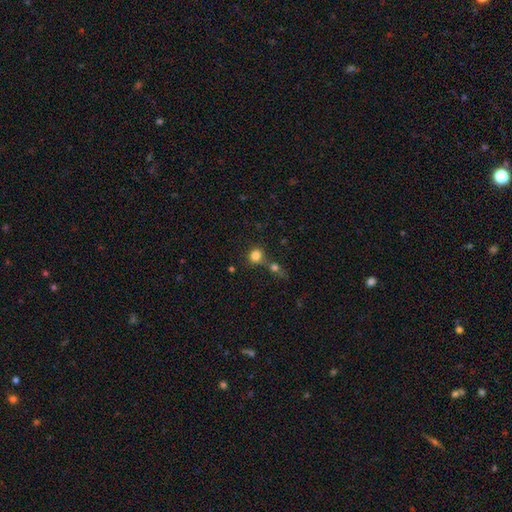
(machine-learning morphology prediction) Smooth or featured: smooth — 82% (star or artifact — 12%)
How rounded: round — 84% (in between — 15%)
Merging: none — 61% (merger — 24%)